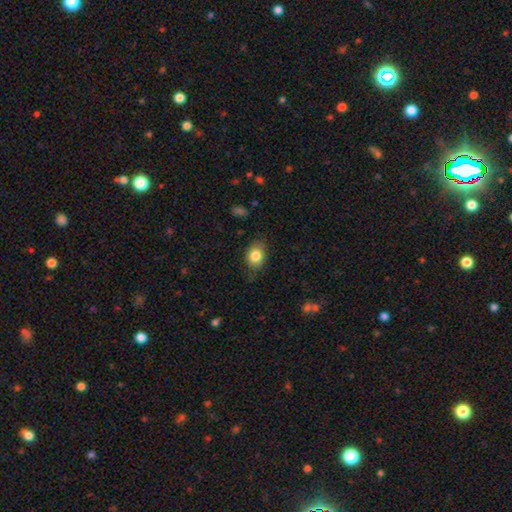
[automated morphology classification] This appears to be a smooth galaxy with no disk features (83%) that is in between round and cigar-shaped (65%). Merging: none (72%).